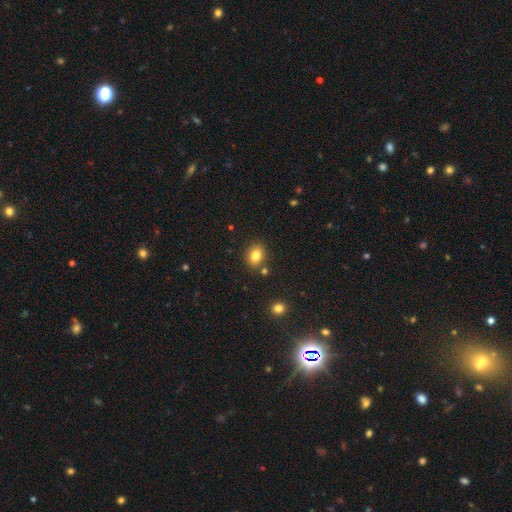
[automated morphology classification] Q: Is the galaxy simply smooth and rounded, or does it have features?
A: smooth — 82%.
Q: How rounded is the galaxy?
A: round — 53%.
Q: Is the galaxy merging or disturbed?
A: none — 83%.